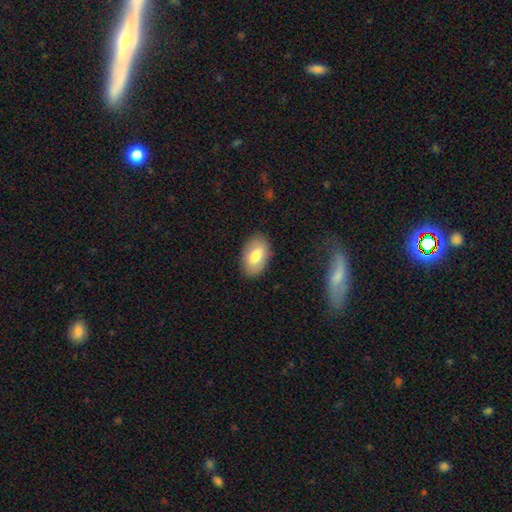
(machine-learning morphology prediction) Q: Smooth or featured?
A: smooth (73%); runner-up: featured or disk (21%)
Q: How rounded?
A: in between (93%); runner-up: round (6%)
Q: Merging?
A: none (85%); runner-up: minor disturbance (11%)